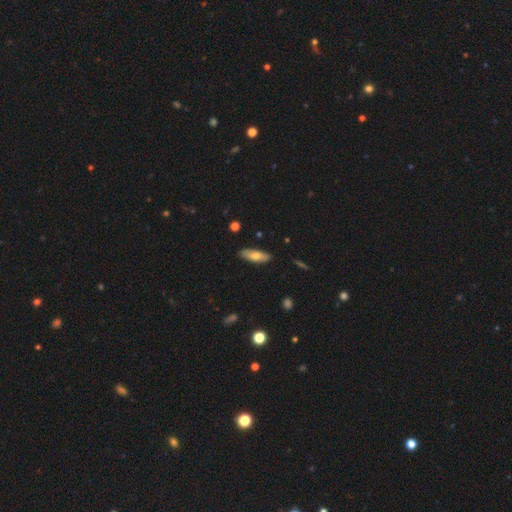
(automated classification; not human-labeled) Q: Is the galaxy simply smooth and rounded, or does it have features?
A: smooth — 69%.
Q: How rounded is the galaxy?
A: in between — 59%.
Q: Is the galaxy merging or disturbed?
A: none — 86%.